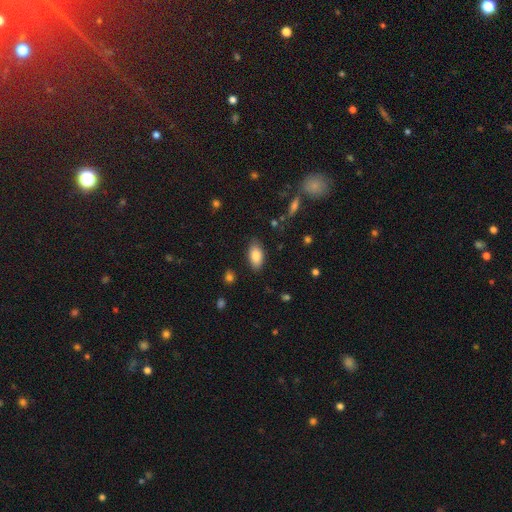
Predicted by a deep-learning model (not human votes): Smooth or featured?
  - smooth: 84% *
  - featured or disk: 9%
  - star or artifact: 7%
How rounded?
  - in between: 92% *
  - cigar-shaped: 5%
  - round: 3%
Merging?
  - none: 84% *
  - minor disturbance: 12%
  - major disturbance: 3%
  - merger: 1%